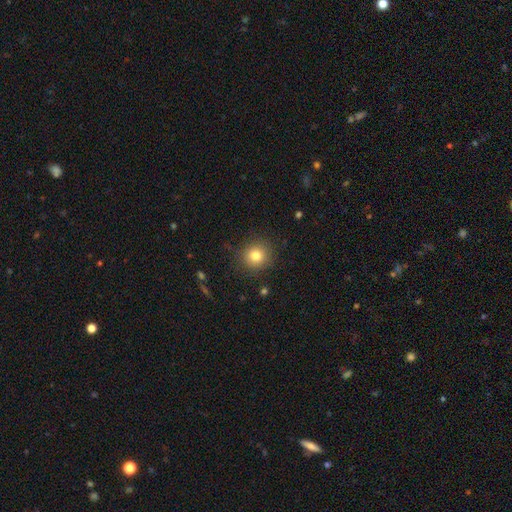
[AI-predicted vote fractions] Smooth or featured: smooth — 81% (star or artifact — 12%)
How rounded: round — 91% (in between — 8%)
Merging: none — 89% (minor disturbance — 7%)